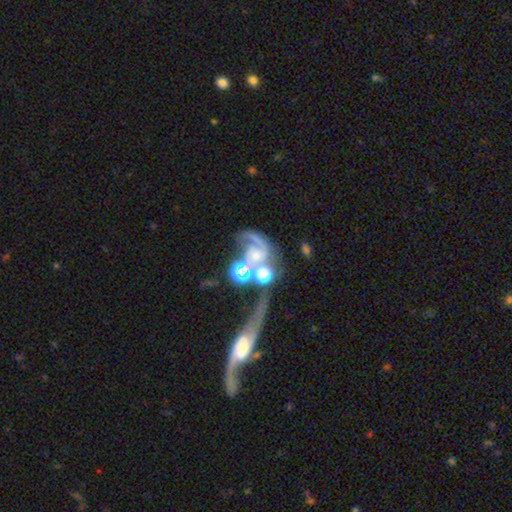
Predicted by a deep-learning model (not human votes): Smooth or featured? Predicted: featured or disk (p=0.67). Edge-on disk? Predicted: no (p=0.95). Bar? Predicted: no (p=0.67). Spiral arms? Predicted: yes (p=0.83). Spiral winding? Predicted: loose (p=0.41). Spiral arm count? Predicted: 2 (p=0.58). Bulge size? Predicted: small (p=0.34). Merging? Predicted: merger (p=0.45).